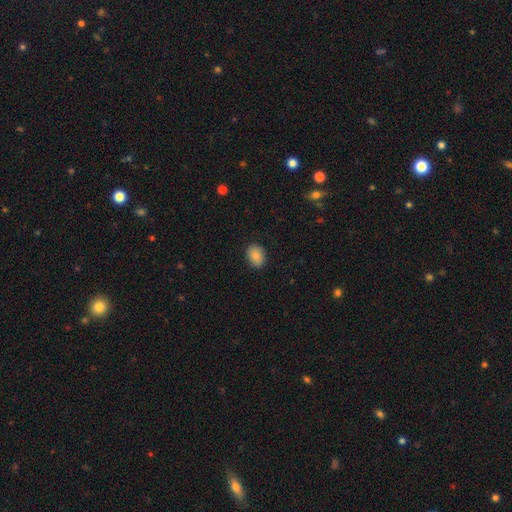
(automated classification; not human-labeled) Smooth or featured? smooth (87%)
How rounded? in between (62%)
Merging? none (88%)